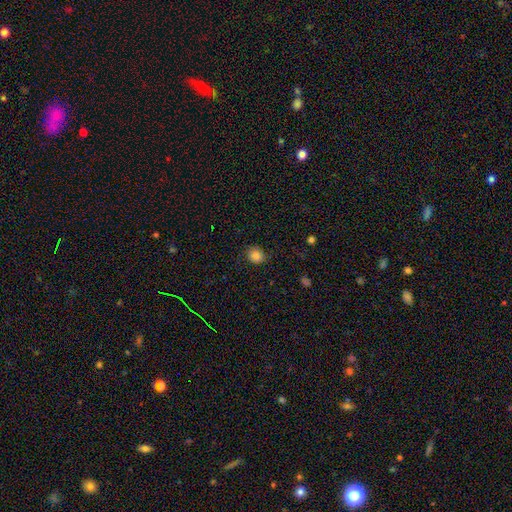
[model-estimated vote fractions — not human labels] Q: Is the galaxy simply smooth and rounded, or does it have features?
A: smooth — 82%.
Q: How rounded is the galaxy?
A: round — 75%.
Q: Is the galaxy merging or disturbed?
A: none — 85%.